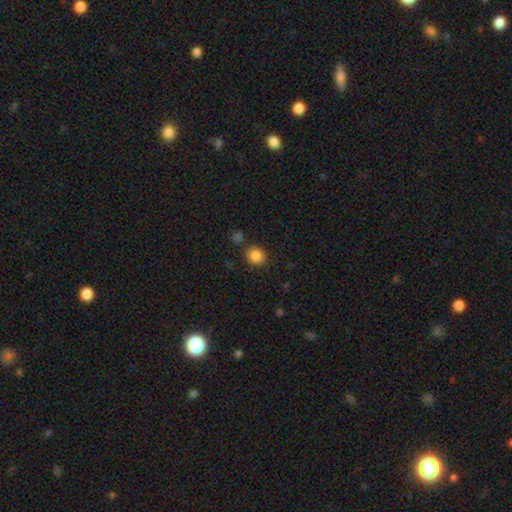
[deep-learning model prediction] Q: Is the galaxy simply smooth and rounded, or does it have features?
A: smooth — 85%.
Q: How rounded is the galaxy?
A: round — 66%.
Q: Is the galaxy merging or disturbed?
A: none — 79%.